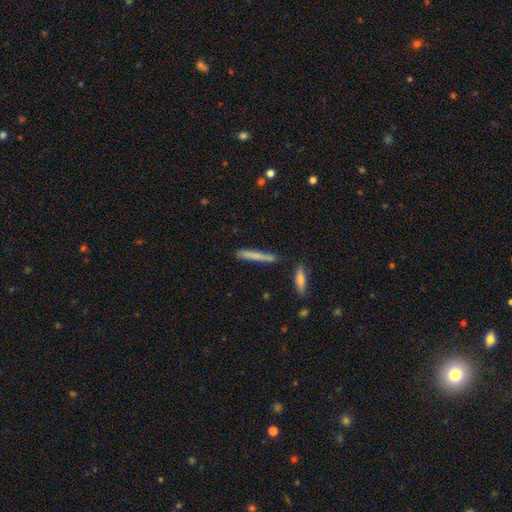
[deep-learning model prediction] smooth-or-featured: smooth: 73% | featured or disk: 21% | star or artifact: 6%
  how-rounded: cigar-shaped: 95% | in between: 4% | round: 1%
  merging: none: 81% | minor disturbance: 12% | merger: 5% | major disturbance: 2%